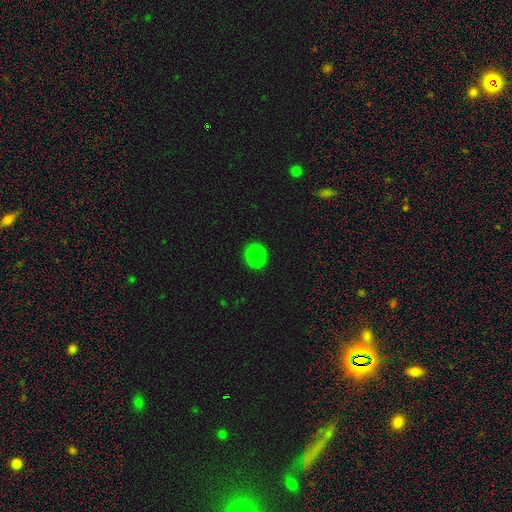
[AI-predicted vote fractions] Smooth or featured?
  - smooth: 84% *
  - star or artifact: 11%
  - featured or disk: 5%
How rounded?
  - round: 85% *
  - in between: 14%
  - cigar-shaped: 1%
Merging?
  - none: 90% *
  - minor disturbance: 7%
  - major disturbance: 2%
  - merger: 1%